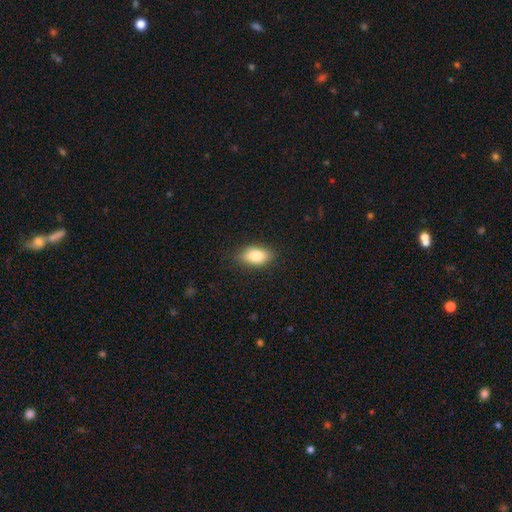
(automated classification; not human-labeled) The model was most divided on "smooth or featured": smooth: 81%, featured or disk: 12%, star or artifact: 8%. More confident: how rounded — in between (88%); merging — none (85%).